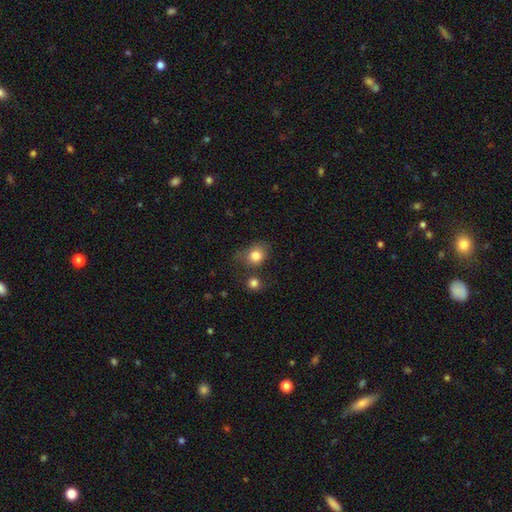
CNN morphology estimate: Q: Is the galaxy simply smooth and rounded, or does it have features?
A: smooth — 82%.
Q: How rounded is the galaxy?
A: round — 62%.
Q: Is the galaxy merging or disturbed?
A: none — 56%.